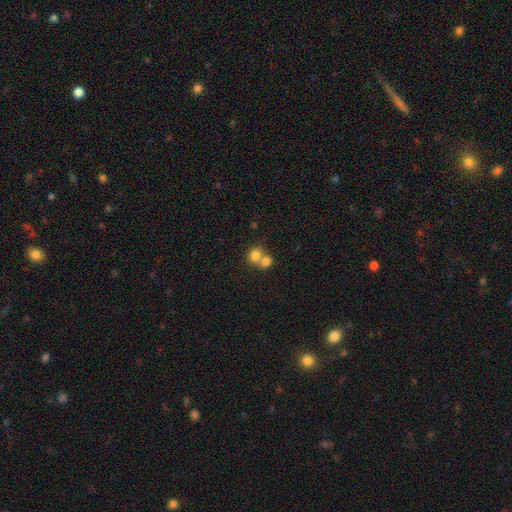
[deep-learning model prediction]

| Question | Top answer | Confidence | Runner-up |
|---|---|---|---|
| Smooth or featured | smooth | 78% | featured or disk (12%) |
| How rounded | round | 69% | in between (30%) |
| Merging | merger | 61% | none (31%) |